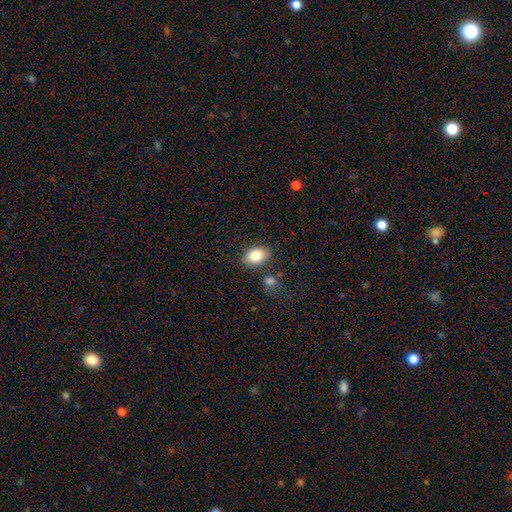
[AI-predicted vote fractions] A smooth galaxy with no disk features (84%) that is in between round and cigar-shaped (79%). Merging: none (81%).